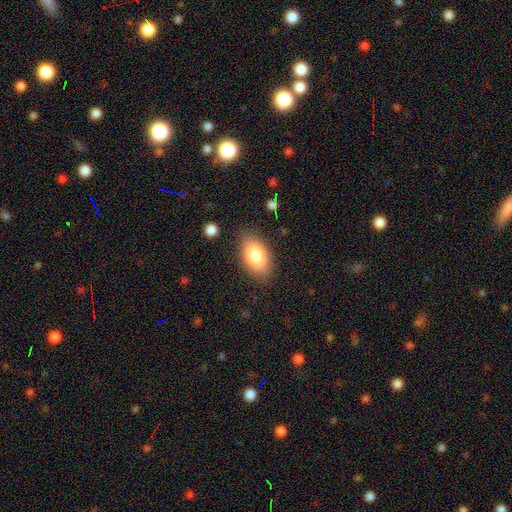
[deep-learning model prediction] Smooth or featured: smooth — 82% (featured or disk — 11%)
How rounded: in between — 92% (round — 7%)
Merging: none — 83% (minor disturbance — 12%)